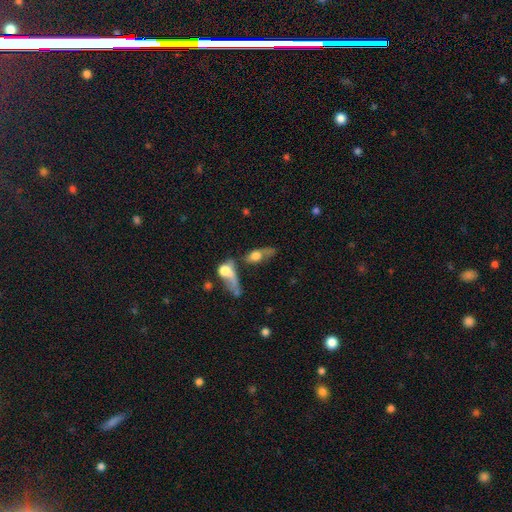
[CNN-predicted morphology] Smooth or featured: smooth — 52% (featured or disk — 37%)
How rounded: in between — 63% (cigar-shaped — 21%)
Merging: merger — 35% (none — 28%)